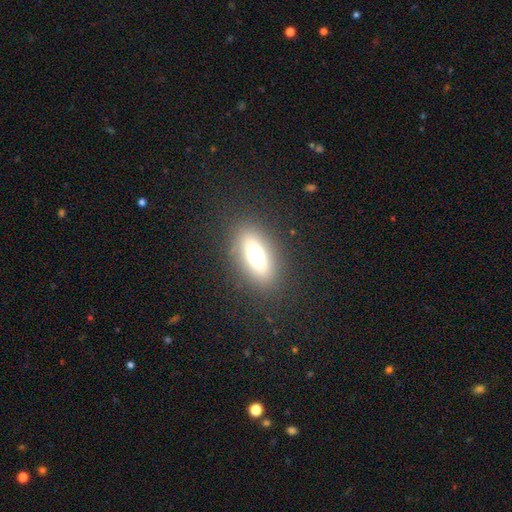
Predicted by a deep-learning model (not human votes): Overall: smooth (54%; featured or disk 30%). How rounded: in between (72%). Merging: none (85%).